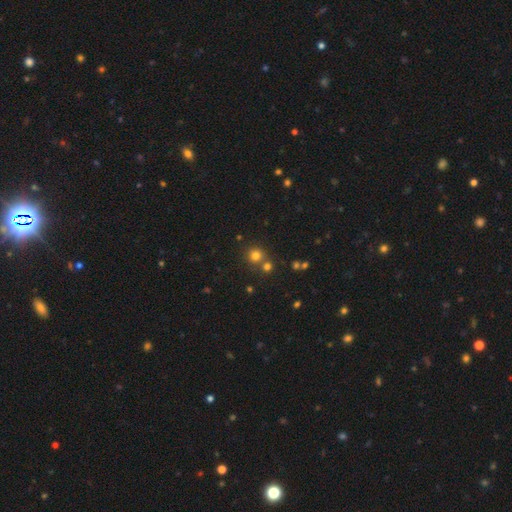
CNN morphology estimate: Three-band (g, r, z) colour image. It shows a smooth galaxy with no disk features (75%) that is round (91%). Merging: none (69%).